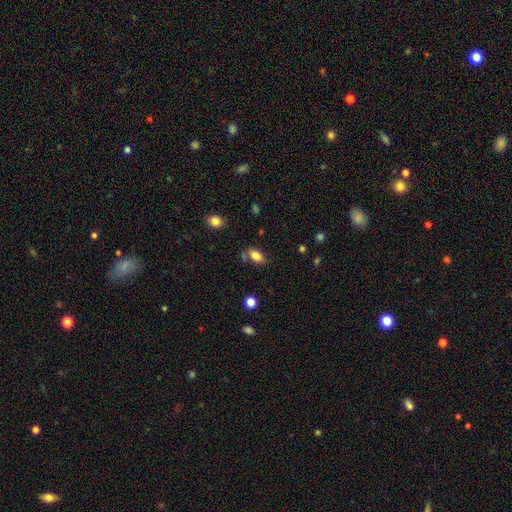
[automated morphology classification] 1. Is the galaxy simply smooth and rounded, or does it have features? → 82% smooth, 9% star or artifact, 9% featured or disk.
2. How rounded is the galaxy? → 90% in between, 6% round, 4% cigar-shaped.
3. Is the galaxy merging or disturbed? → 71% none, 15% minor disturbance, 10% merger, 4% major disturbance.